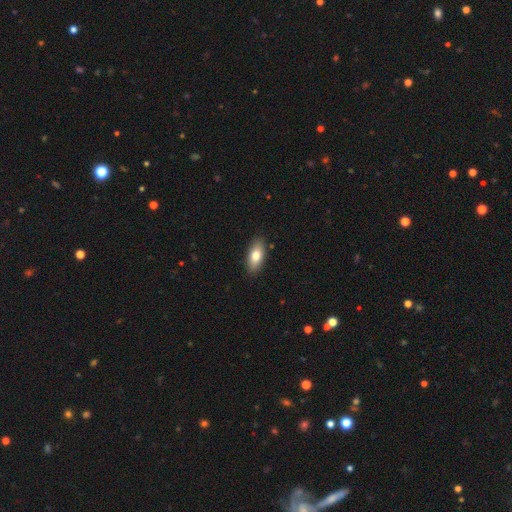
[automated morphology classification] A smooth galaxy with no disk features (77%) that is in between round and cigar-shaped (86%).

Vote fractions:
- Smooth or featured? smooth: 77% / featured or disk: 16% / star or artifact: 7%
- How rounded? in between: 86% / cigar-shaped: 10% / round: 3%
- Merging? none: 88% / minor disturbance: 9% / major disturbance: 2% / merger: 1%